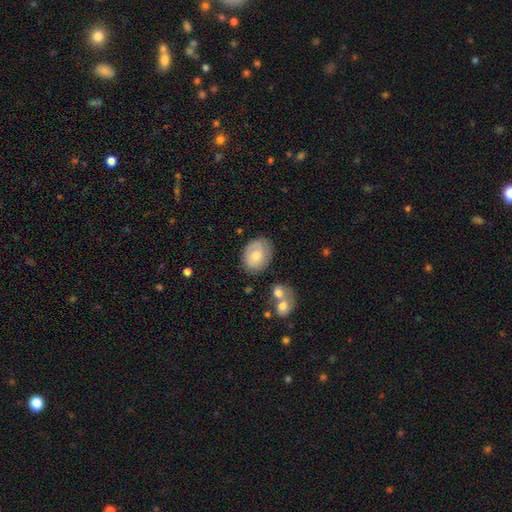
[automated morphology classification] type=smooth (71%); roundness=in between (66%); merging=none (72%).